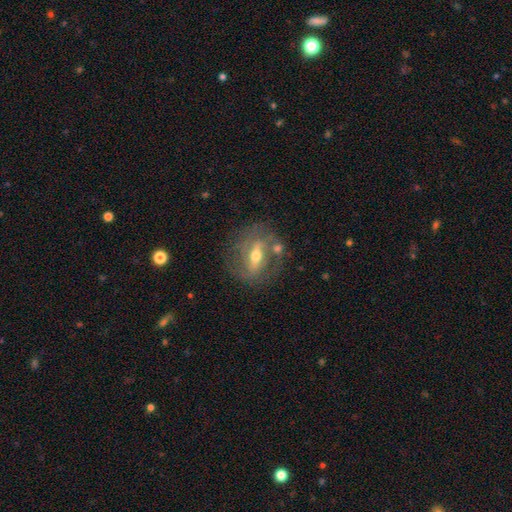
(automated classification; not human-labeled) featured or disk 67%, smooth 22%, star or artifact 11%. Down the decision tree: edge-on disk — no (79%); bar — strong (47%); spiral arms — yes (52%); bulge size — moderate (63%); merging — none (70%).